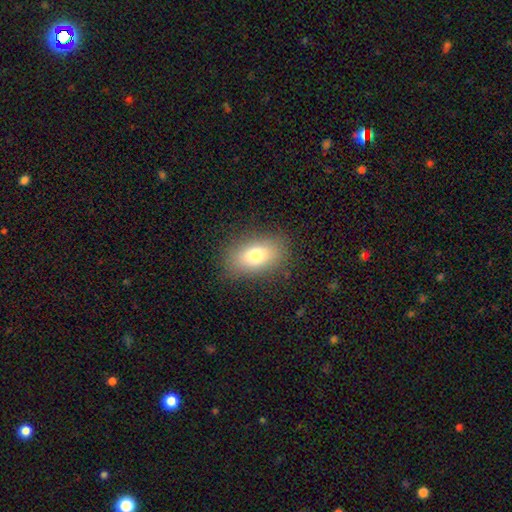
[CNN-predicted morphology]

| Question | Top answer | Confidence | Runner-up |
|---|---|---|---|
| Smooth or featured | smooth | 76% | featured or disk (14%) |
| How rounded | in between | 86% | round (11%) |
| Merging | none | 85% | minor disturbance (10%) |